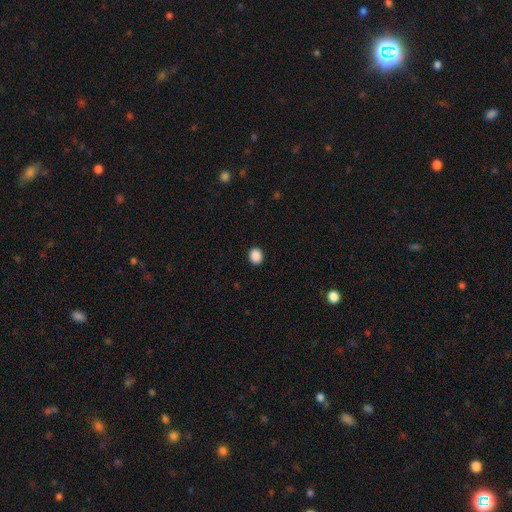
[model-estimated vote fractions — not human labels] A smooth galaxy with no disk features (89%) that is round (66%). Merging: none (92%).